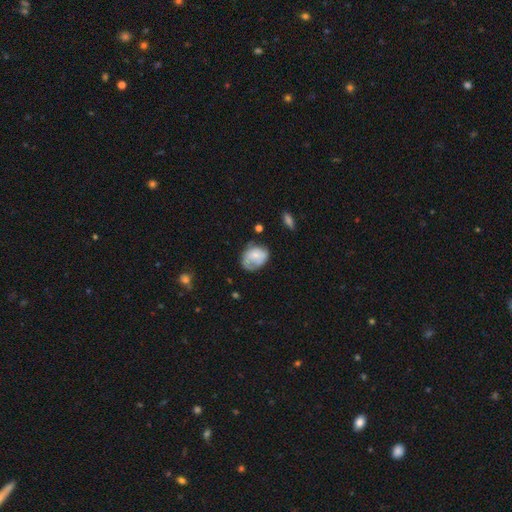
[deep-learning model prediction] smooth 56%, featured or disk 37%, star or artifact 8%. Down the decision tree: how rounded — in between (62%); merging — none (45%).